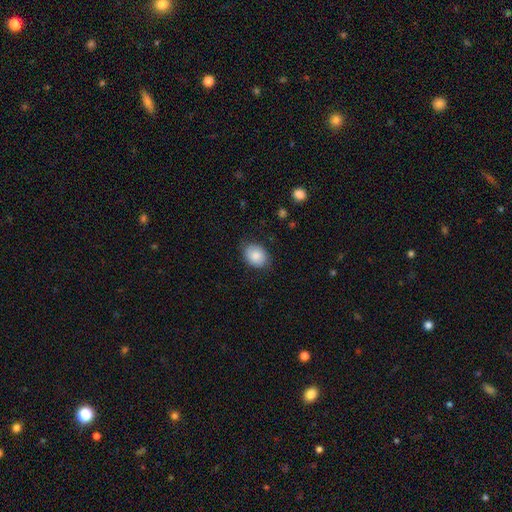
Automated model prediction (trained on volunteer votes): Smooth or featured?
  - smooth: 84% *
  - featured or disk: 9%
  - star or artifact: 7%
How rounded?
  - in between: 61% *
  - round: 39%
  - cigar-shaped: 1%
Merging?
  - none: 81% *
  - minor disturbance: 15%
  - major disturbance: 3%
  - merger: 1%